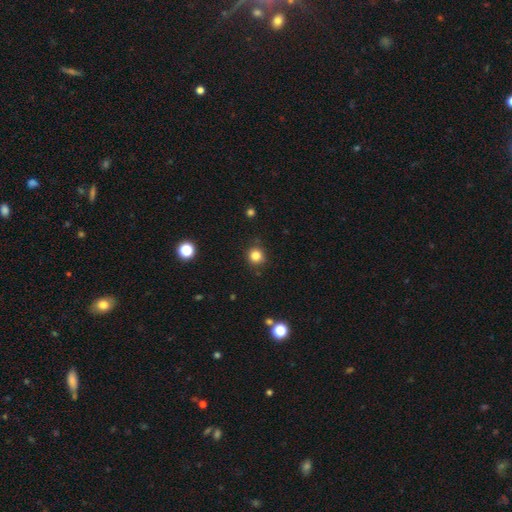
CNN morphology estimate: This is clearly a smooth galaxy (83%). How rounded: clearly round (91%). Merging: clearly none (87%).